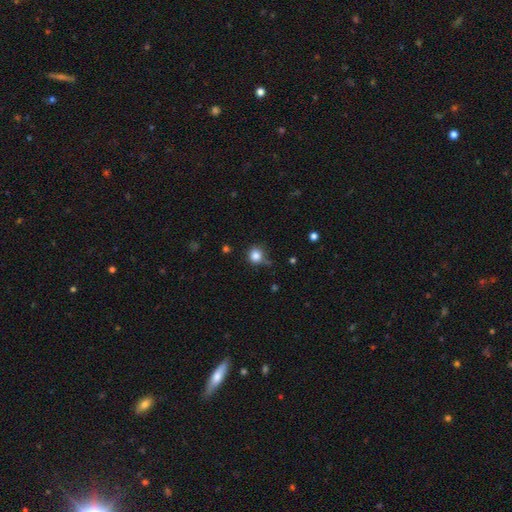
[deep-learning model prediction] smooth 83%, star or artifact 12%, featured or disk 5%. Down the decision tree: how rounded — round (88%); merging — none (68%).